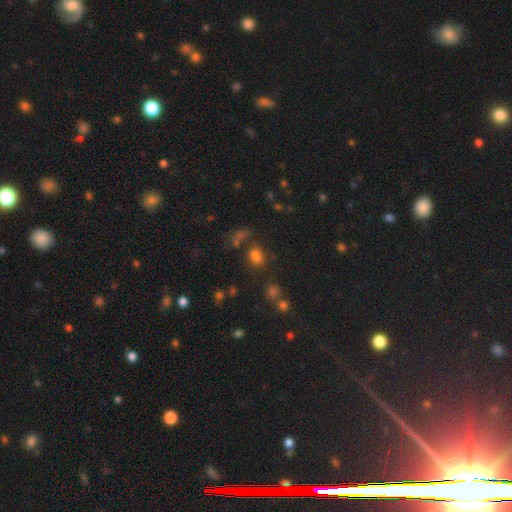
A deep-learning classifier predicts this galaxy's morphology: A smooth galaxy with no disk features (72%) that is in between round and cigar-shaped (72%).

Vote fractions:
- Smooth or featured? smooth: 72% / star or artifact: 22% / featured or disk: 7%
- How rounded? in between: 72% / round: 27% / cigar-shaped: 2%
- Merging? none: 66% / minor disturbance: 14% / merger: 13% / major disturbance: 7%